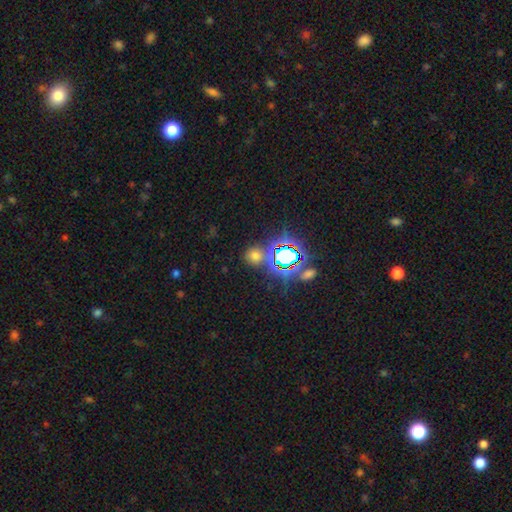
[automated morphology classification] Smooth or featured? Predicted: smooth (p=0.52). How rounded? Predicted: round (p=0.77). Merging? Predicted: none (p=0.77).